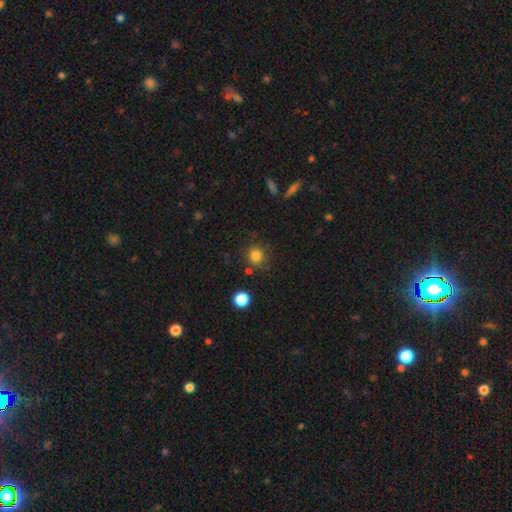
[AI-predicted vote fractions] smooth_or_featured: smooth (p=0.82) [alt: star or artifact p=0.13]
how_rounded: round (p=0.91) [alt: in between p=0.08]
merging: none (p=0.81) [alt: minor disturbance p=0.10]